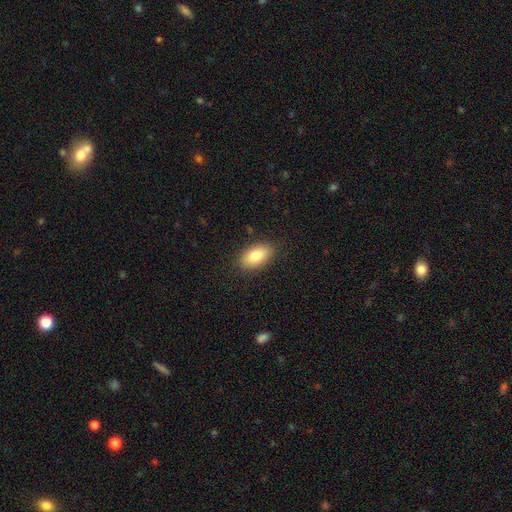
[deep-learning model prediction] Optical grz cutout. It shows a smooth galaxy with no disk features (82%) that is in between round and cigar-shaped (92%). Merging: none (86%).